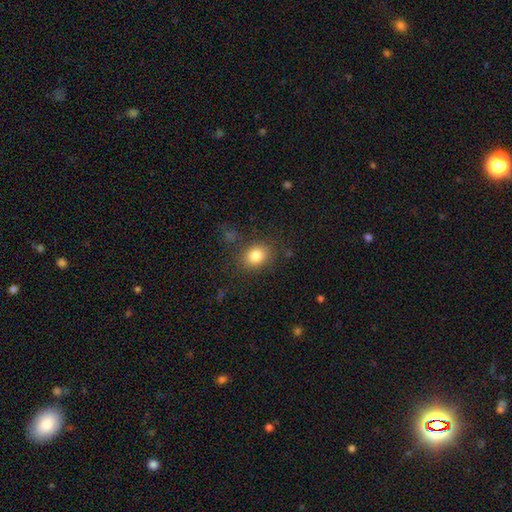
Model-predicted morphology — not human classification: A smooth galaxy with no disk features (82%) that is round (52%). Merging: none (80%).